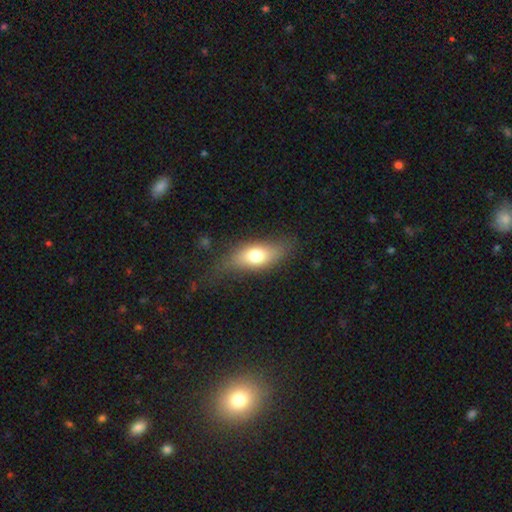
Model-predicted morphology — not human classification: The model was most divided on "merging": none: 62%, minor disturbance: 24%, major disturbance: 12%, merger: 2%. More confident: how rounded — in between (78%); smooth or featured — smooth (71%).